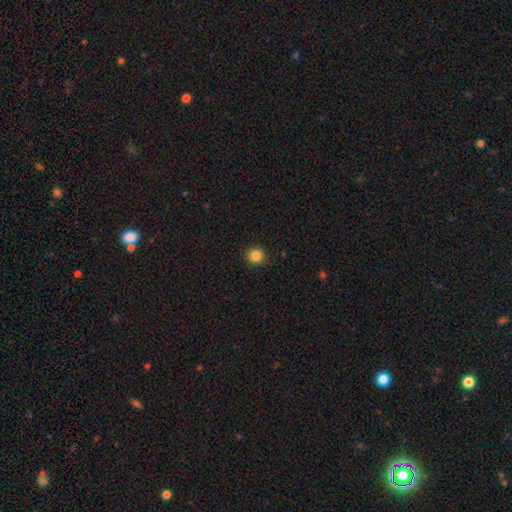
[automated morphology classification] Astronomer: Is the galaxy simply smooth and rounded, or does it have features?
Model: smooth — 85%.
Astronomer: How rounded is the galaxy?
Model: round — 92%.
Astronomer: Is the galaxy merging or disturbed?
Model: none — 91%.